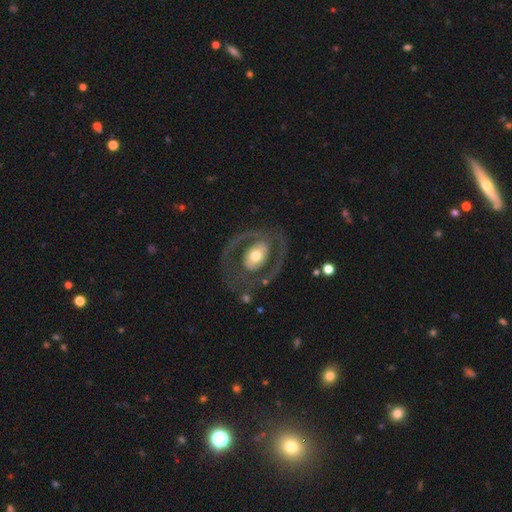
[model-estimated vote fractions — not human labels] smooth-or-featured: featured or disk: 70% | smooth: 25% | star or artifact: 5%
  disk-edge-on: no: 94% | yes: 6%
    bar: no: 60% | weak: 24% | strong: 16%
    has-spiral-arms: no: 52% | yes: 48%
    bulge-size: moderate: 64% | large: 20% | small: 12% | dominant: 2% | none: 1%
  merging: none: 69% | major disturbance: 16% | minor disturbance: 14% | merger: 2%